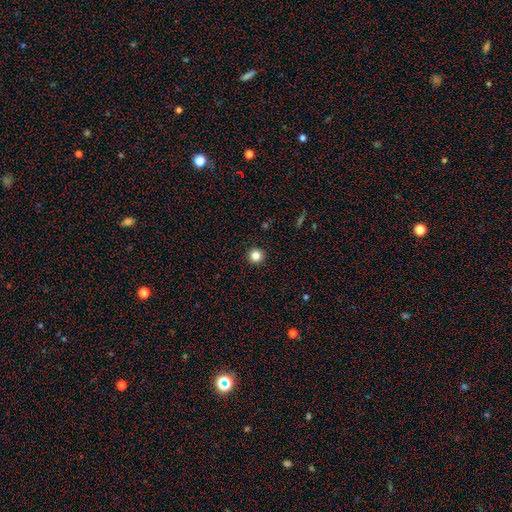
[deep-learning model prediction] A smooth galaxy with no disk features (83%) that is round (96%).

Vote fractions:
- Smooth or featured? smooth: 83% / star or artifact: 12% / featured or disk: 5%
- How rounded? round: 96% / in between: 3% / cigar-shaped: 1%
- Merging? none: 93% / minor disturbance: 4% / major disturbance: 2% / merger: 1%